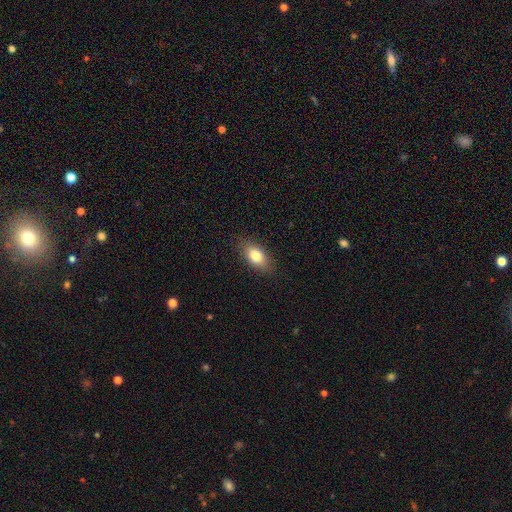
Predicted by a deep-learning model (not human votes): smooth-or-featured: smooth: 79% | featured or disk: 13% | star or artifact: 8%
  how-rounded: in between: 87% | cigar-shaped: 7% | round: 6%
  merging: none: 85% | minor disturbance: 11% | major disturbance: 3% | merger: 1%